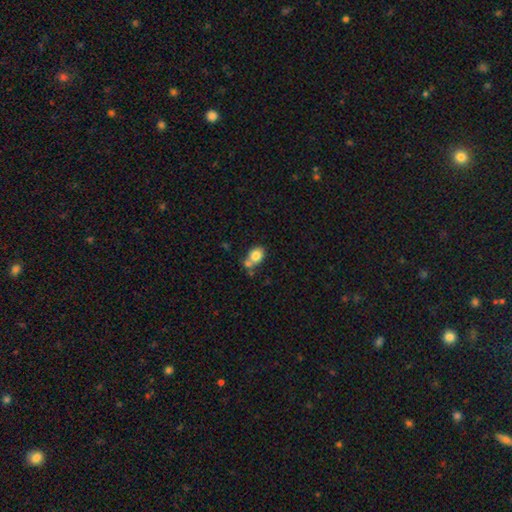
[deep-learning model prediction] Smooth or featured? Predicted: smooth (p=0.80). How rounded? Predicted: in between (p=0.60). Merging? Predicted: none (p=0.47).